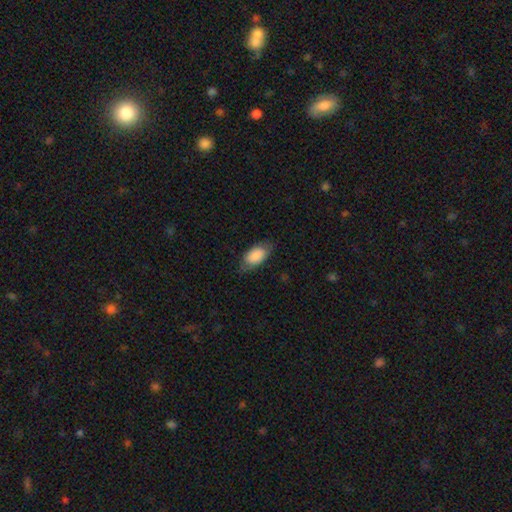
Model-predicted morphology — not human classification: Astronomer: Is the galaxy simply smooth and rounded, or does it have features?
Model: smooth — 84%.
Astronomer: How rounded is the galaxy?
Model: in between — 92%.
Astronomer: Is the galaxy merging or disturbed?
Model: none — 72%.